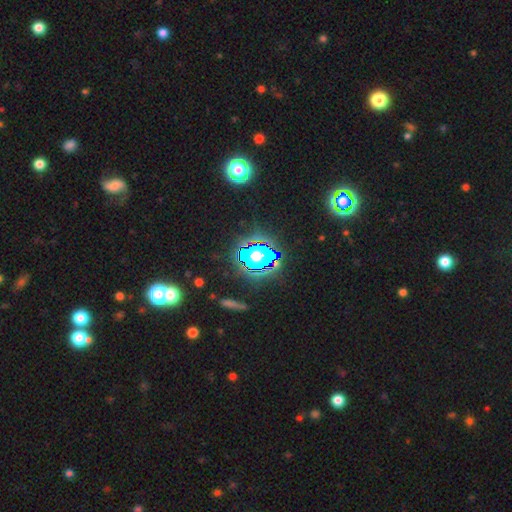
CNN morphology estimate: smooth_or_featured: star or artifact (p=0.59) [alt: smooth p=0.25]